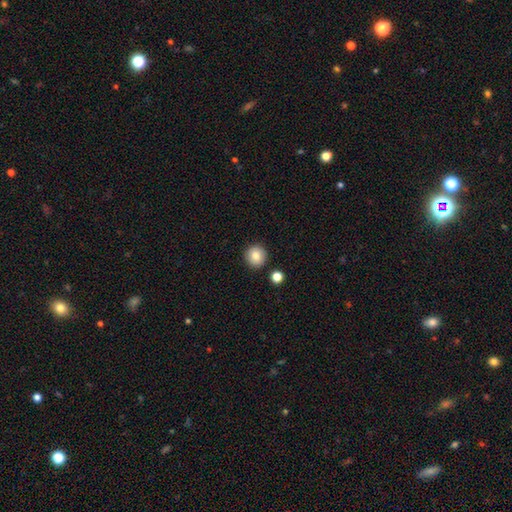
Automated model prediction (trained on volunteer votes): A smooth galaxy with no disk features (84%) that is round (95%). Merging: none (90%).